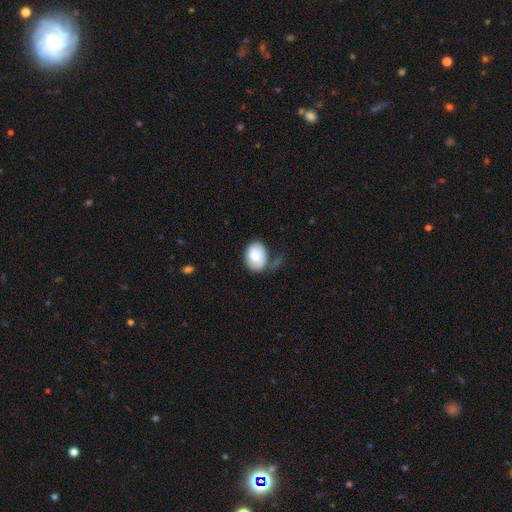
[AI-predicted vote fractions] smooth 81%, featured or disk 13%, star or artifact 6%. Down the decision tree: how rounded — in between (70%); merging — none (46%).